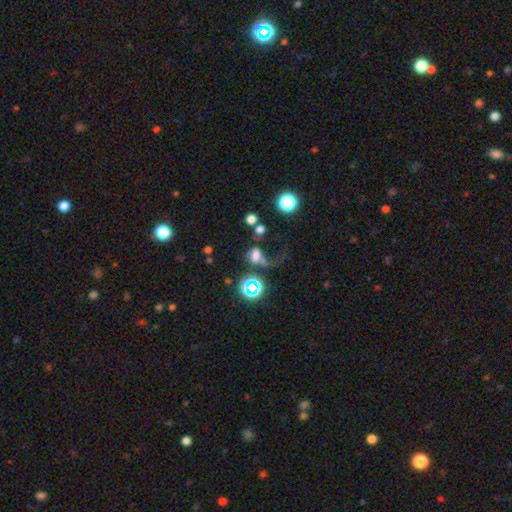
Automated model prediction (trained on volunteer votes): Overall: smooth (56%; star or artifact 23%). How rounded: in between (57%; round 41%). Merging: major disturbance (39%; none 24%).